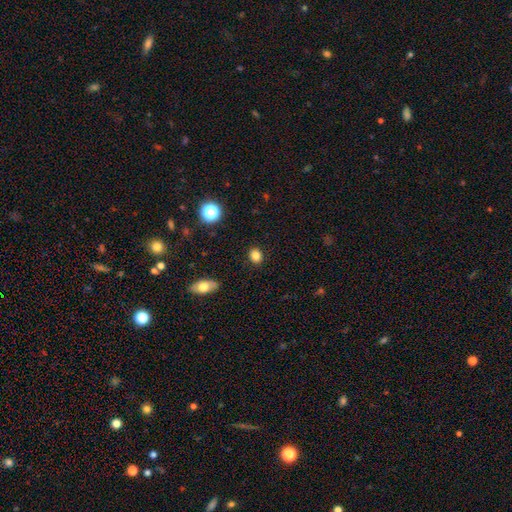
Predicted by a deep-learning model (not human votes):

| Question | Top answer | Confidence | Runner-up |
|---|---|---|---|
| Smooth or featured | smooth | 82% | star or artifact (12%) |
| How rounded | round | 55% | in between (44%) |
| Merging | none | 89% | minor disturbance (8%) |